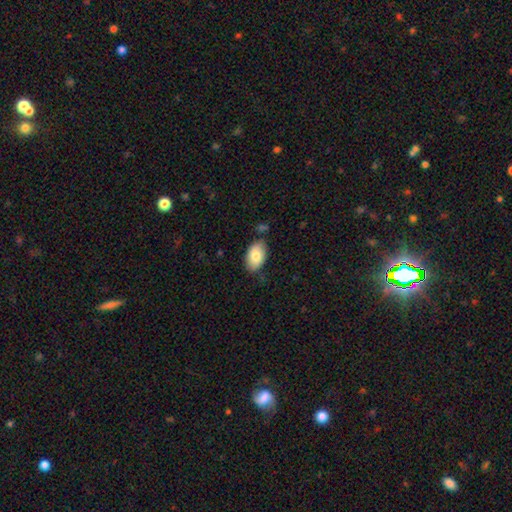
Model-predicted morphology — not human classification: This is clearly a smooth galaxy (82%). How rounded: clearly in between (94%). Merging: likely none (77%).